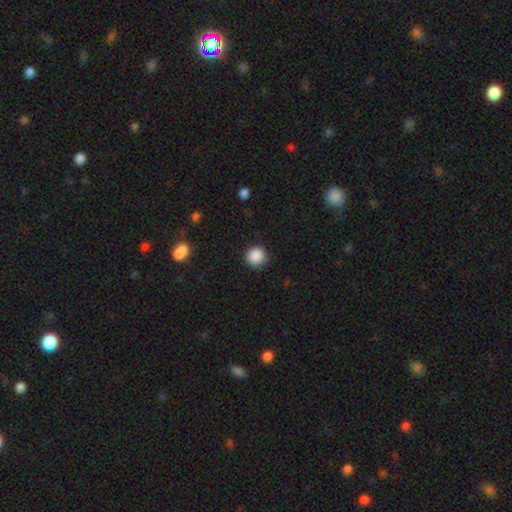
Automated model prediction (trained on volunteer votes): Morphology: type=smooth (88%); roundness=round (93%); merging=none (88%).